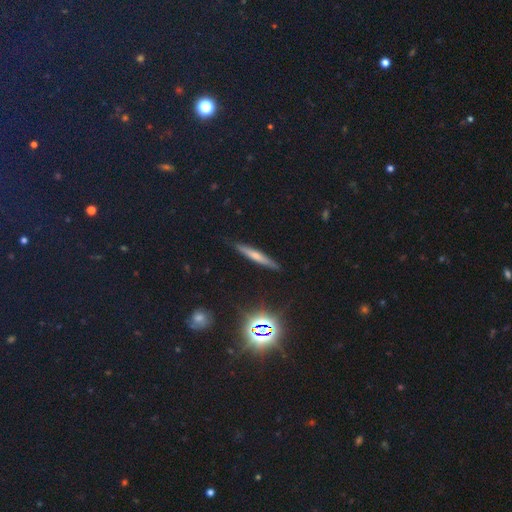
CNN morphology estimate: This is possibly a smooth galaxy (45%). Merging: clearly none (87%).